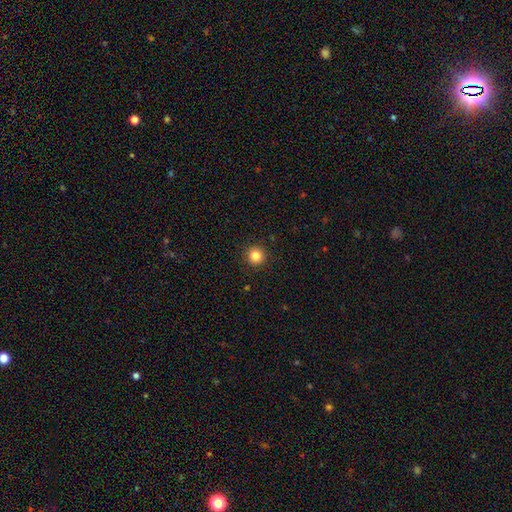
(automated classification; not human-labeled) Smooth or featured? smooth (84%)
How rounded? round (96%)
Merging? none (93%)